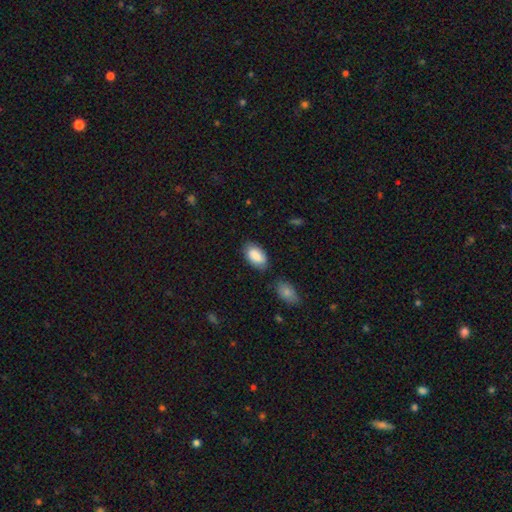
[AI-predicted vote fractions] Overall: smooth (87%). How rounded: in between (94%). Merging: none (76%).